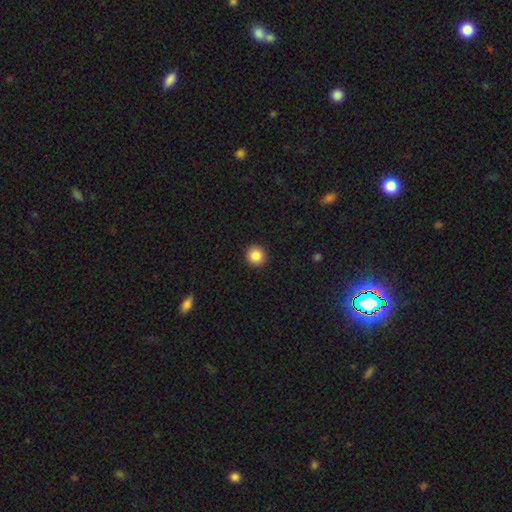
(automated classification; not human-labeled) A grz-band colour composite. It shows a smooth galaxy with no disk features (87%) that is round (94%). Merging: none (93%).